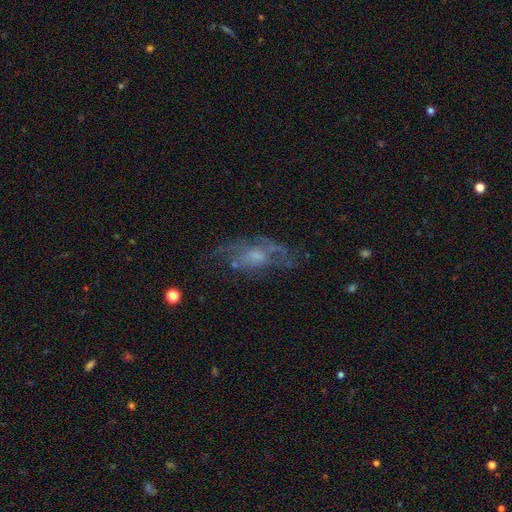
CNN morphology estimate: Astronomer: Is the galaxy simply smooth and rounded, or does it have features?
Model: featured or disk — 62%.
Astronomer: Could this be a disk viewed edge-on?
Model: no — 88%.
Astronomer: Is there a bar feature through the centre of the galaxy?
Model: no — 75%.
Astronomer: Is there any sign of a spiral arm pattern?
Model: yes — 52% (runner-up: no, 48%).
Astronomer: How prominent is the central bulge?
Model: small — 39% (runner-up: moderate, 38%).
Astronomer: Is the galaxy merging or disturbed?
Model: none — 51%.